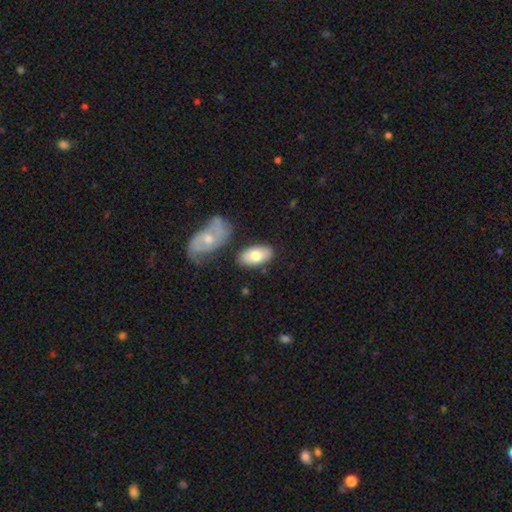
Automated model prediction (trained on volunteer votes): This appears to be a smooth galaxy with no disk features (70%) that is in between round and cigar-shaped (94%). Merging: none (74%).